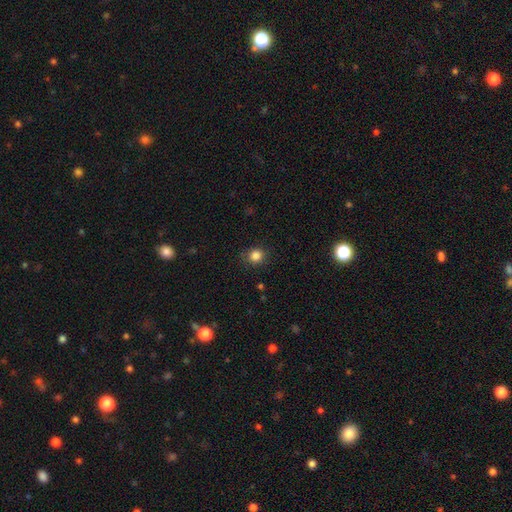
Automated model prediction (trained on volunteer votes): smooth 84%, star or artifact 12%, featured or disk 4%. Down the decision tree: how rounded — round (86%); merging — none (87%).